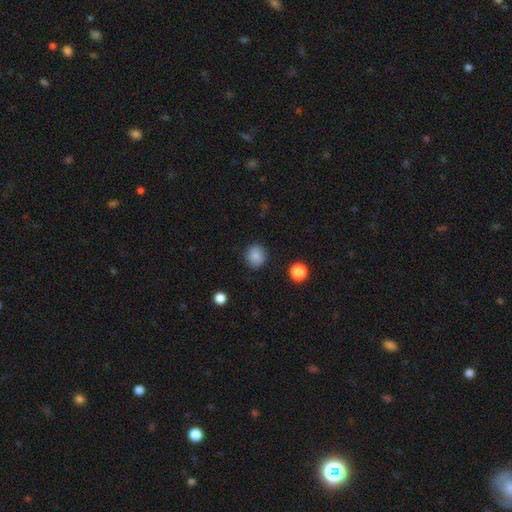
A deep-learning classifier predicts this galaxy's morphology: A smooth galaxy with no disk features (86%) that is round (84%). Merging: none (87%).